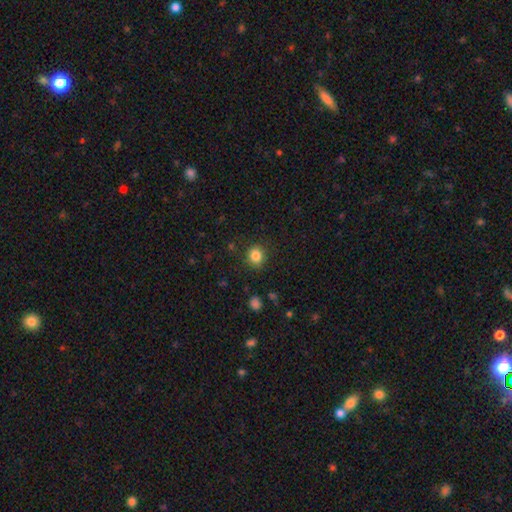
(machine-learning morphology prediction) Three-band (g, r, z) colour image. It shows a smooth galaxy with no disk features (84%) that is round (78%). Merging: none (87%).